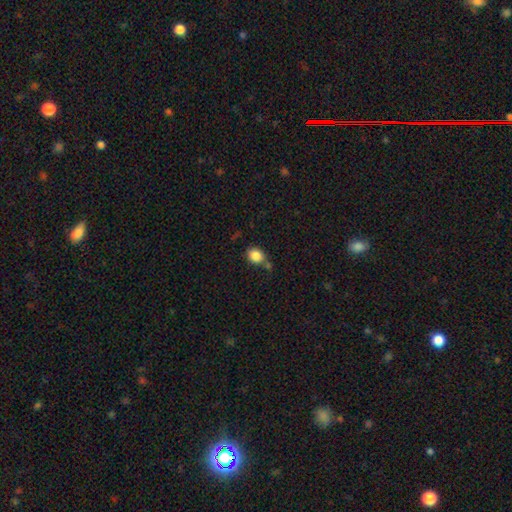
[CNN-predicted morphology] This is clearly a smooth galaxy (85%). How rounded: possibly round (57%). Merging: likely none (65%).